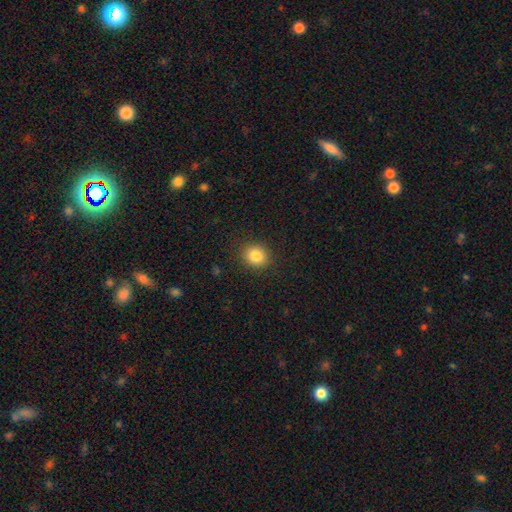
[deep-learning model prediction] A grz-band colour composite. It shows a smooth galaxy with no disk features (84%) that is round (78%). Merging: none (89%).